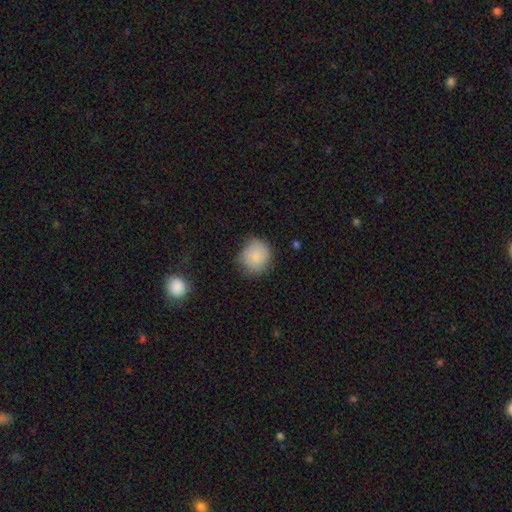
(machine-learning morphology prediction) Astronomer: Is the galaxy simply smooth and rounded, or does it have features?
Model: smooth — 84%.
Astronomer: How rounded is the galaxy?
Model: round — 89%.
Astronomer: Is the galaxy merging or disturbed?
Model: none — 73%.